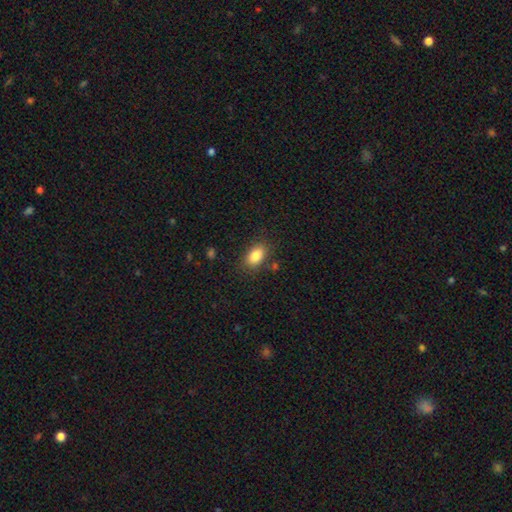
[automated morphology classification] Smooth or featured? smooth (84%)
How rounded? in between (88%)
Merging? none (82%)